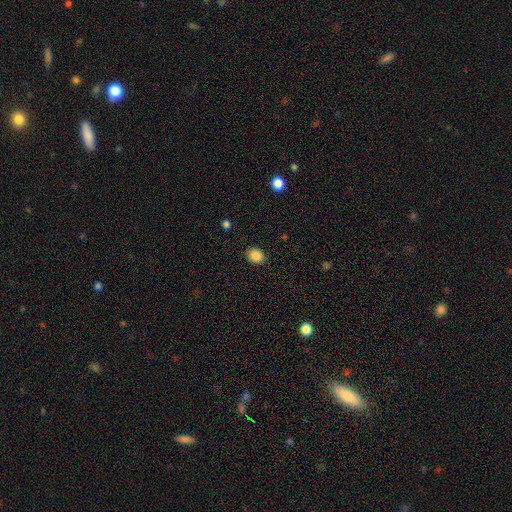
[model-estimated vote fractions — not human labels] A smooth galaxy with no disk features (87%) that is in between round and cigar-shaped (55%).

Vote fractions:
- Smooth or featured? smooth: 87% / star or artifact: 9% / featured or disk: 4%
- How rounded? in between: 55% / round: 44% / cigar-shaped: 1%
- Merging? none: 88% / minor disturbance: 9% / major disturbance: 2% / merger: 1%